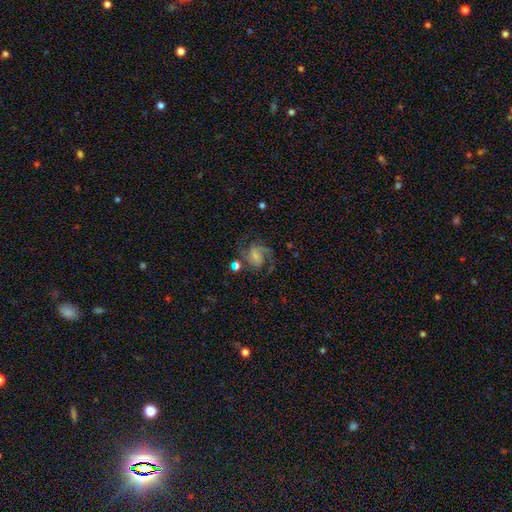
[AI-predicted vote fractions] Smooth or featured: featured or disk — 75% (smooth — 16%)
Edge-on disk: no — 98% (yes — 2%)
Bar: no — 51% (weak — 40%)
Spiral arms: yes — 94% (no — 6%)
Spiral winding: medium — 52% (loose — 27%)
Spiral arm count: 2 — 54% (3 — 18%)
Bulge size: small — 45% (moderate — 24%)
Merging: none — 57% (major disturbance — 19%)